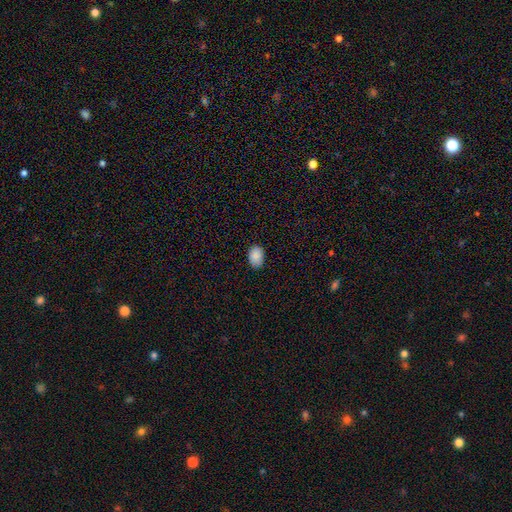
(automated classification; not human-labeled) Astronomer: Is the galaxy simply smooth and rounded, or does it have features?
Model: smooth — 89%.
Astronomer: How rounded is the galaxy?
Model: in between — 80%.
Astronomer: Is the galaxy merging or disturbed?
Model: none — 82%.